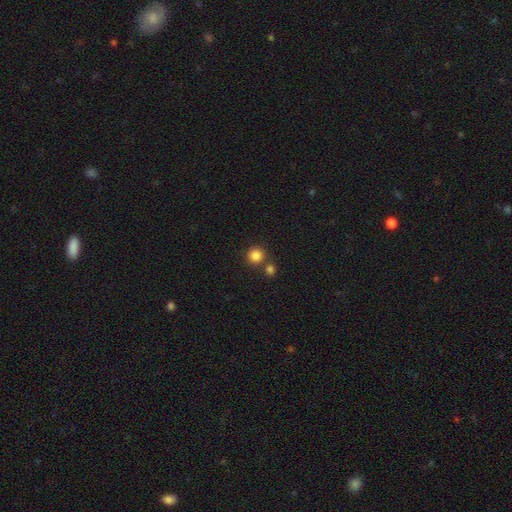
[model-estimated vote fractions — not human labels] Smooth or featured: smooth — 84% (star or artifact — 11%)
How rounded: round — 92% (in between — 7%)
Merging: none — 71% (merger — 19%)